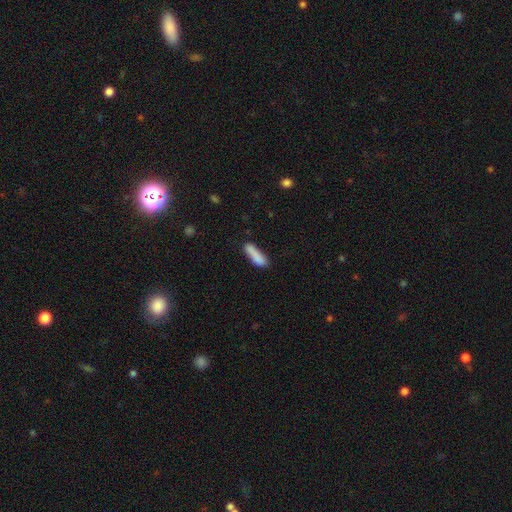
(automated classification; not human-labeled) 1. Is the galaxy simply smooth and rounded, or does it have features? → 84% smooth, 9% featured or disk, 7% star or artifact.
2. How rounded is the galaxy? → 67% cigar-shaped, 31% in between, 2% round.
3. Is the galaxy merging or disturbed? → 70% none, 19% minor disturbance, 6% merger, 5% major disturbance.